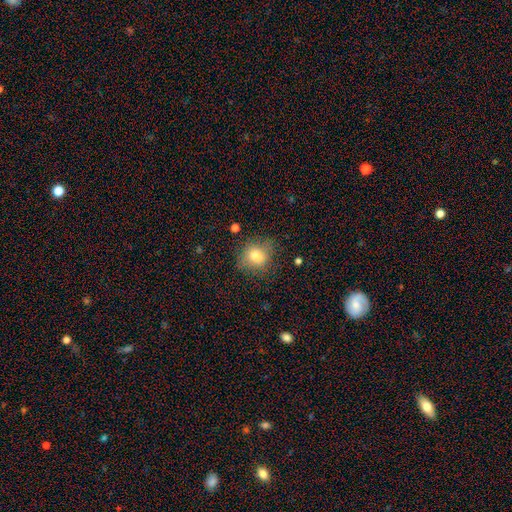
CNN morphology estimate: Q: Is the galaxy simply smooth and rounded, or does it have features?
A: smooth — 78%.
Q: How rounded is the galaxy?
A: round — 70%.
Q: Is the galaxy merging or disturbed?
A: none — 73%.